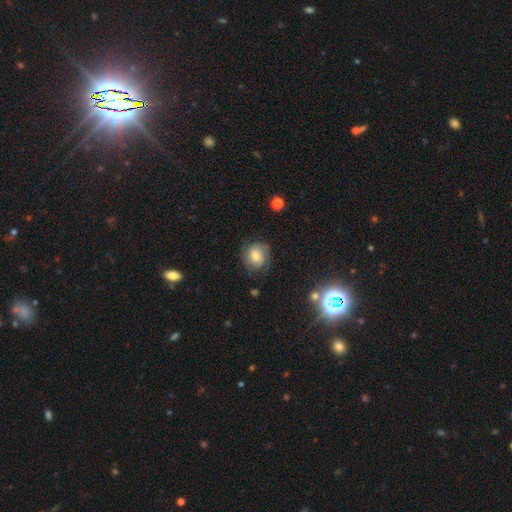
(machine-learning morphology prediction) Overall: featured or disk (51%; smooth 39%). Edge-on disk: no (97%). Merging: none (73%).